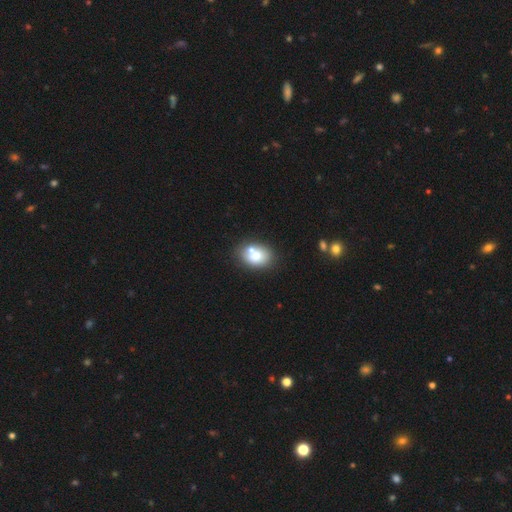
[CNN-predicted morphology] Smooth or featured? smooth (71%)
How rounded? in between (68%)
Merging? none (56%)